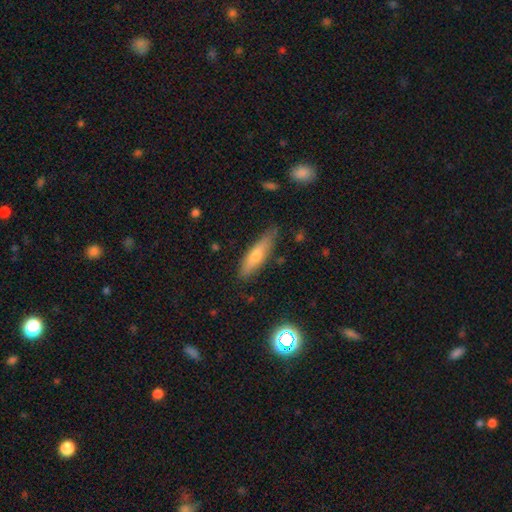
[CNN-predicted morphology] smooth-or-featured: smooth: 63% | featured or disk: 29% | star or artifact: 8%
  how-rounded: cigar-shaped: 70% | in between: 28% | round: 2%
  merging: none: 79% | minor disturbance: 16% | major disturbance: 3% | merger: 2%